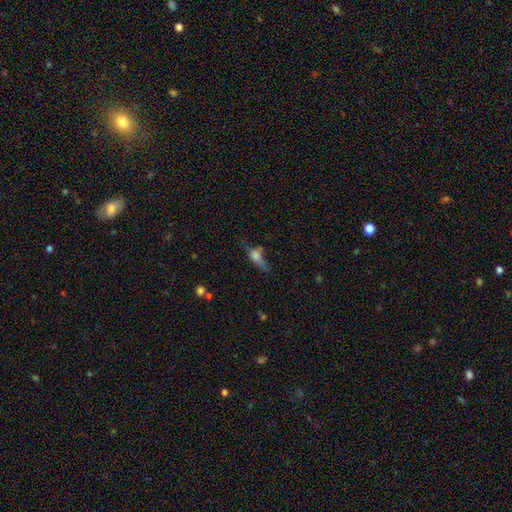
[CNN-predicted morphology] Overall: smooth (62%; featured or disk 25%). How rounded: in between (63%). Merging: major disturbance (35%; none 28%).